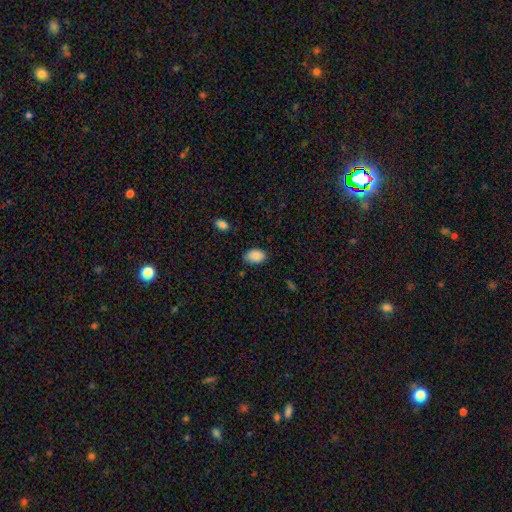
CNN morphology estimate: A smooth galaxy with no disk features (89%) that is in between round and cigar-shaped (86%). Merging: none (77%).